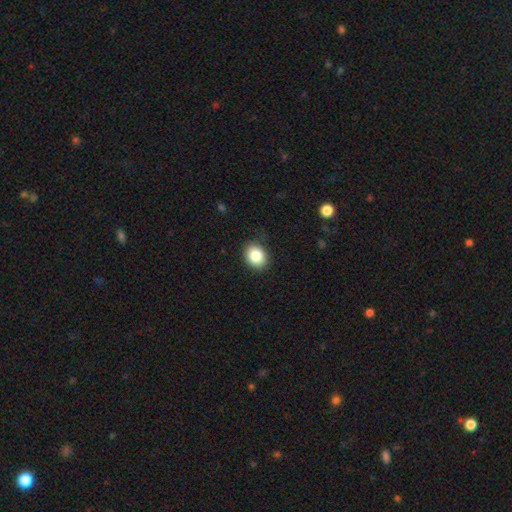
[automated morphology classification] Smooth or featured? Predicted: smooth (p=0.86). How rounded? Predicted: in between (p=0.51). Merging? Predicted: none (p=0.86).